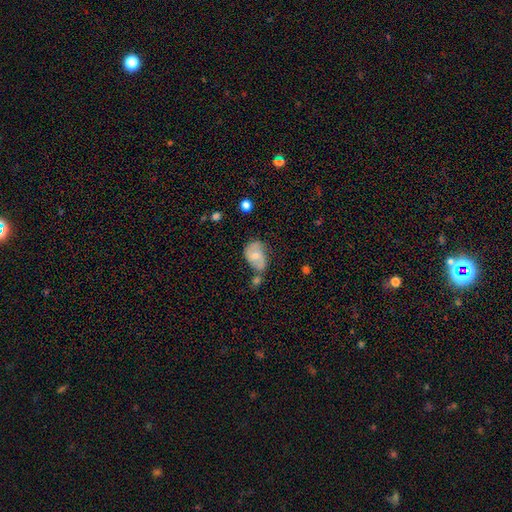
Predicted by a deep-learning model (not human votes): Overall: smooth (50%; featured or disk 42%). How rounded: in between (79%). Merging: none (36%; minor disturbance 29%).